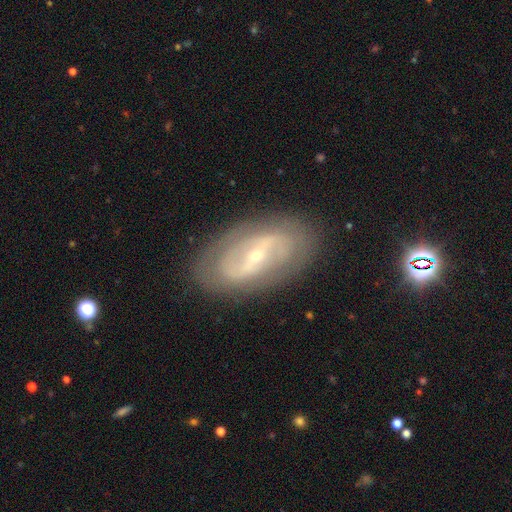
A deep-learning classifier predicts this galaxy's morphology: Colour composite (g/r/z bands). It shows a featured or disk galaxy (80%) with a strong bar (41%), 2 (70%) tight (41%) spiral arms (75%) and a small central bulge (68%). Merging: none (83%).